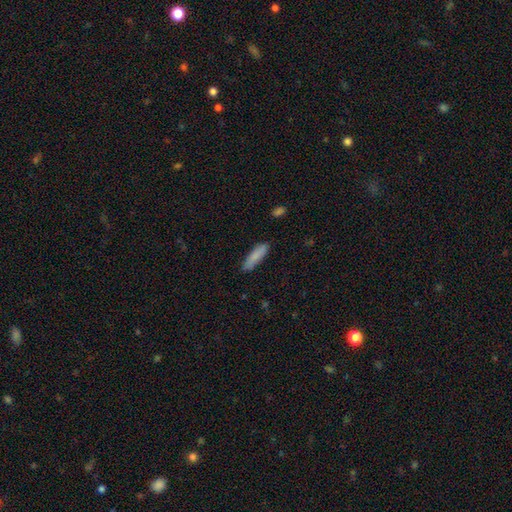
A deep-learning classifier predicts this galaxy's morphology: smooth 84%, featured or disk 10%, star or artifact 6%. Down the decision tree: how rounded — cigar-shaped (69%); merging — none (85%).